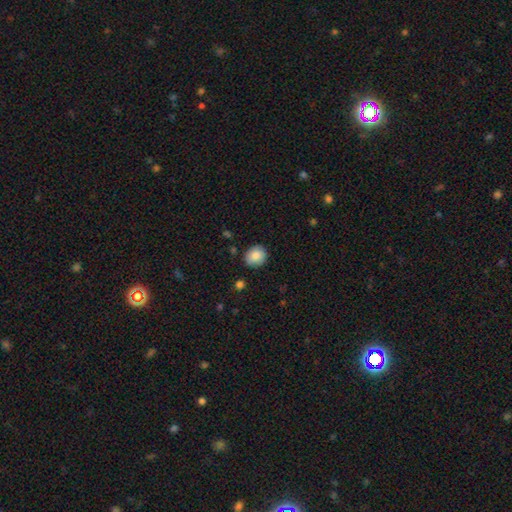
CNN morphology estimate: type=smooth (84%); roundness=round (77%); merging=none (87%).